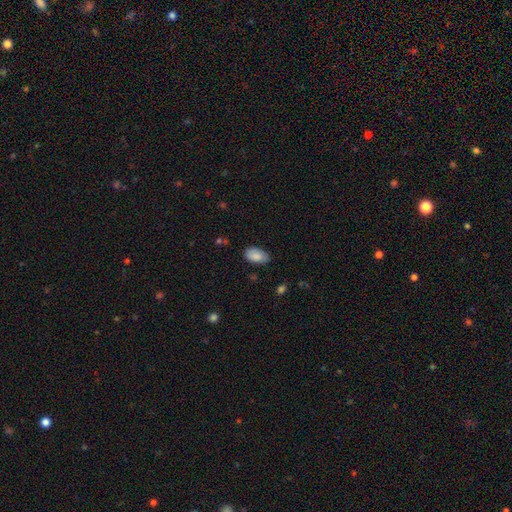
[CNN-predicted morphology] A smooth galaxy with no disk features (85%) that is in between round and cigar-shaped (94%). Merging: none (74%).